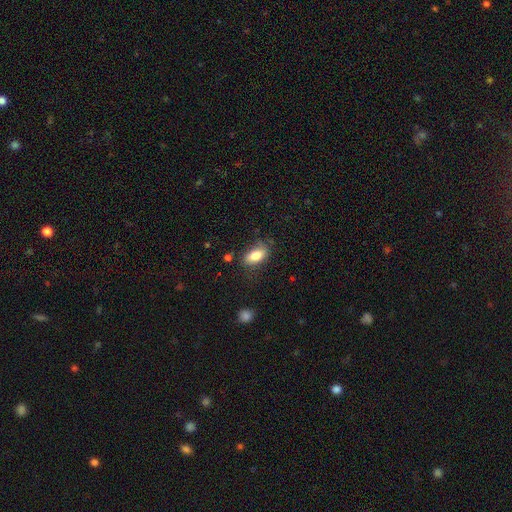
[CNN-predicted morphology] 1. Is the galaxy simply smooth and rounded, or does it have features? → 80% smooth, 12% featured or disk, 8% star or artifact.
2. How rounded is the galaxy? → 88% in between, 7% cigar-shaped, 4% round.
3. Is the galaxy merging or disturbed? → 71% none, 21% minor disturbance, 6% major disturbance, 2% merger.